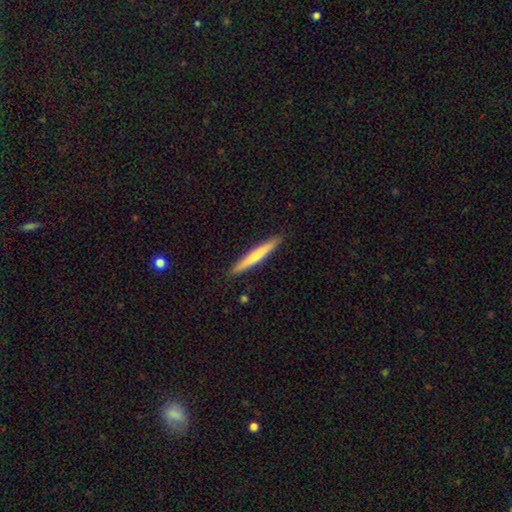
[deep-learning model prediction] Smooth or featured?
  - smooth: 57% *
  - featured or disk: 39%
  - star or artifact: 5%
How rounded?
  - cigar-shaped: 96% *
  - in between: 3%
  - round: 1%
Merging?
  - none: 91% *
  - minor disturbance: 6%
  - major disturbance: 1%
  - merger: 1%